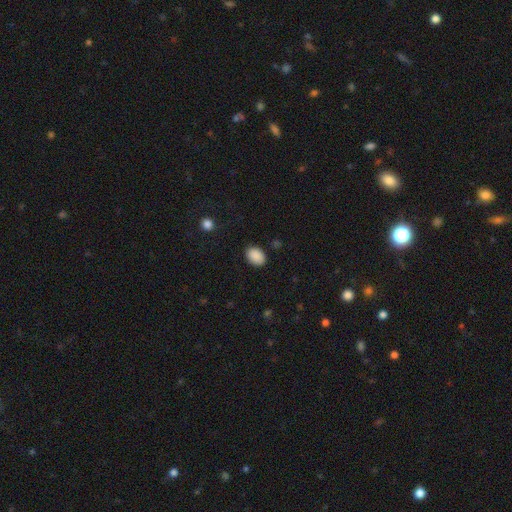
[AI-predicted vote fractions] Smooth or featured?
  - smooth: 90% *
  - star or artifact: 8%
  - featured or disk: 3%
How rounded?
  - in between: 78% *
  - round: 21%
  - cigar-shaped: 1%
Merging?
  - none: 87% *
  - minor disturbance: 9%
  - major disturbance: 3%
  - merger: 1%